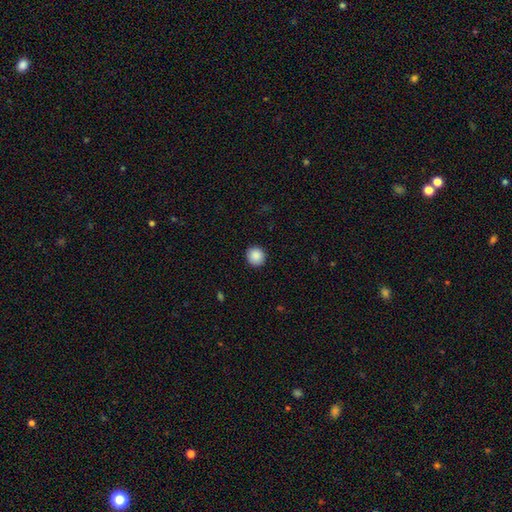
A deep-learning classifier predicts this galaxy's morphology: Overall: smooth (89%). How rounded: round (92%). Merging: none (92%).